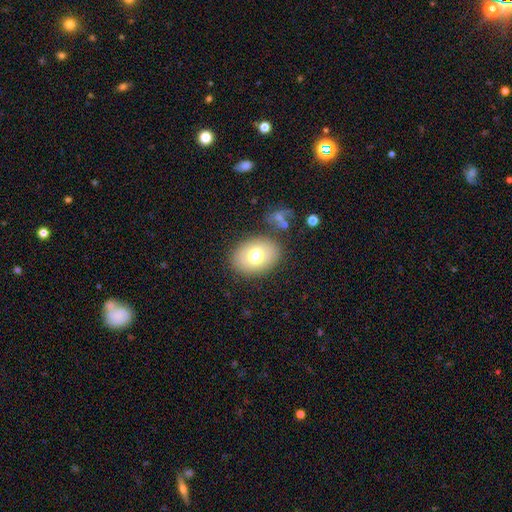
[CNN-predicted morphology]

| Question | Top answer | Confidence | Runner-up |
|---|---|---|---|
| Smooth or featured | smooth | 71% | featured or disk (20%) |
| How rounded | in between | 72% | round (27%) |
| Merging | none | 82% | minor disturbance (11%) |